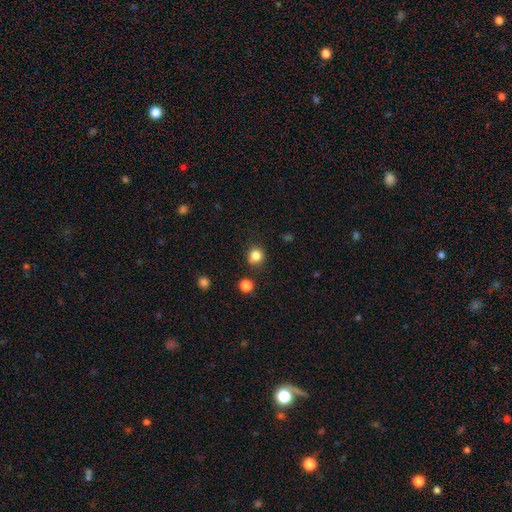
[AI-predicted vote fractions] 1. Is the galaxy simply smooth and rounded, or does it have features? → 83% smooth, 13% star or artifact, 5% featured or disk.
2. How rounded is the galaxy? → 88% round, 11% in between, 1% cigar-shaped.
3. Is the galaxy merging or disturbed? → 83% none, 10% minor disturbance, 4% merger, 3% major disturbance.